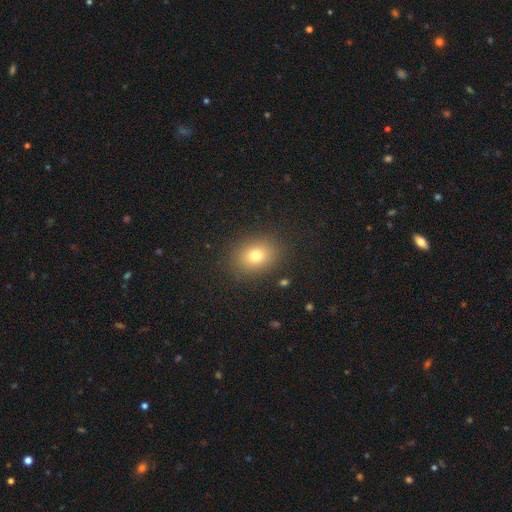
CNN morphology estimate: The model was most divided on "how rounded": in between: 51%, round: 48%, cigar-shaped: 1%. More confident: merging — none (88%); smooth or featured — smooth (77%).